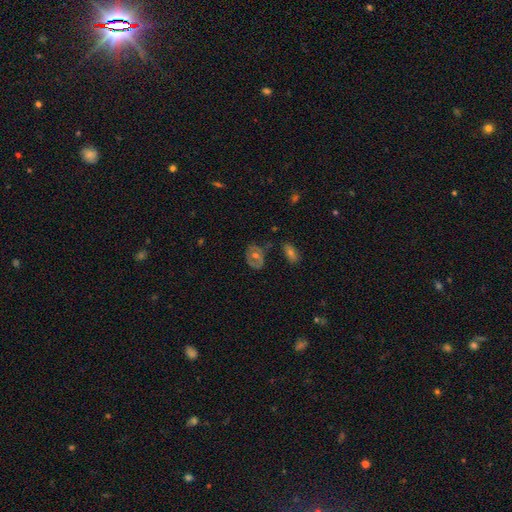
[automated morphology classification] Q: Smooth or featured?
A: featured or disk (57%); runner-up: smooth (31%)
Q: Edge-on disk?
A: no (95%); runner-up: yes (5%)
Q: Bar?
A: no (78%); runner-up: weak (17%)
Q: Spiral arms?
A: no (59%); runner-up: yes (41%)
Q: Bulge size?
A: moderate (64%); runner-up: small (30%)
Q: Merging?
A: none (63%); runner-up: minor disturbance (21%)